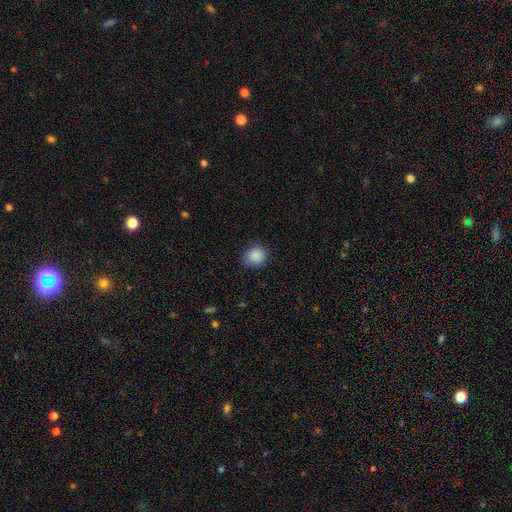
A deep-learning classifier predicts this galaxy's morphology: smooth_or_featured: smooth (p=0.88) [alt: star or artifact p=0.09]
how_rounded: round (p=0.83) [alt: in between p=0.16]
merging: none (p=0.82) [alt: minor disturbance p=0.14]